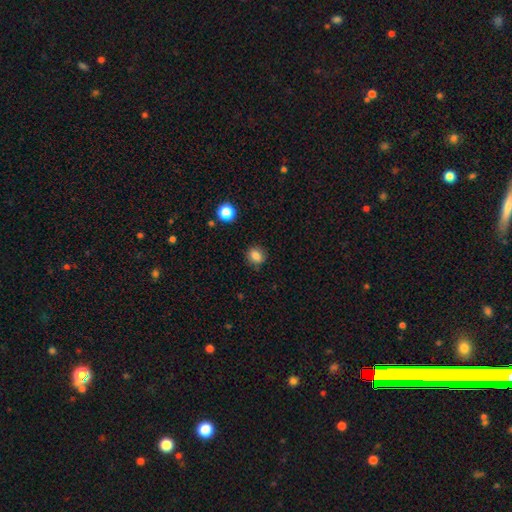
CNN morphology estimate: type=smooth (83%); roundness=round (70%); merging=none (85%).